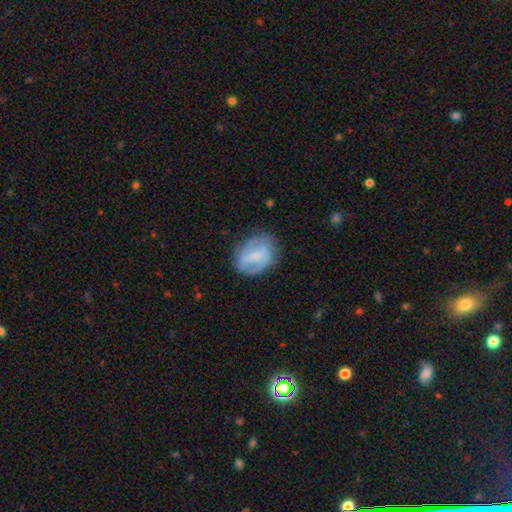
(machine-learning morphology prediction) Smooth or featured? smooth (51%)
How rounded? in between (61%)
Merging? none (69%)